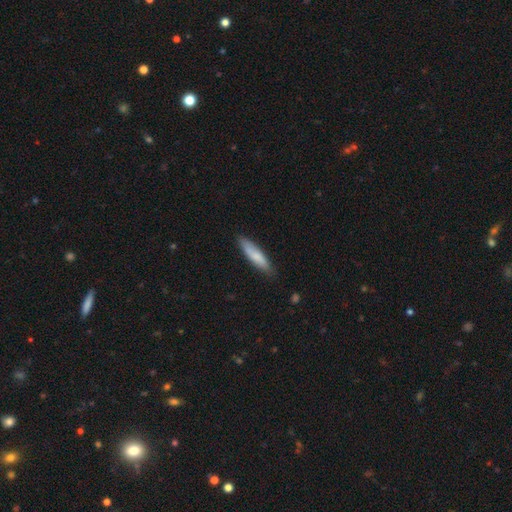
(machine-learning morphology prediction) type=smooth (79%); roundness=cigar-shaped (74%); merging=none (82%).